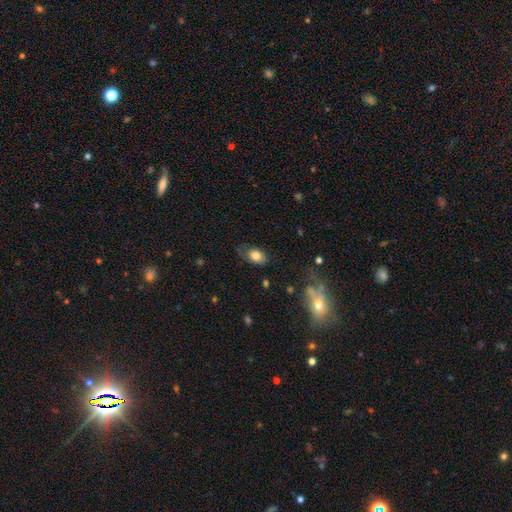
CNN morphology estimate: smooth 79%, featured or disk 12%, star or artifact 9%. Down the decision tree: how rounded — in between (85%); merging — none (65%).